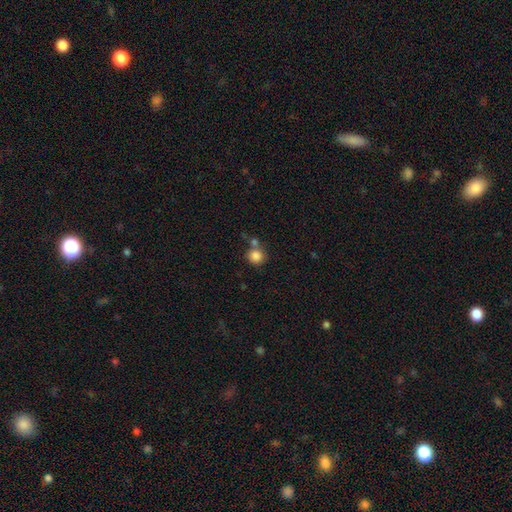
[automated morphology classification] smooth 85%, star or artifact 10%, featured or disk 5%. Down the decision tree: how rounded — round (90%); merging — none (63%).